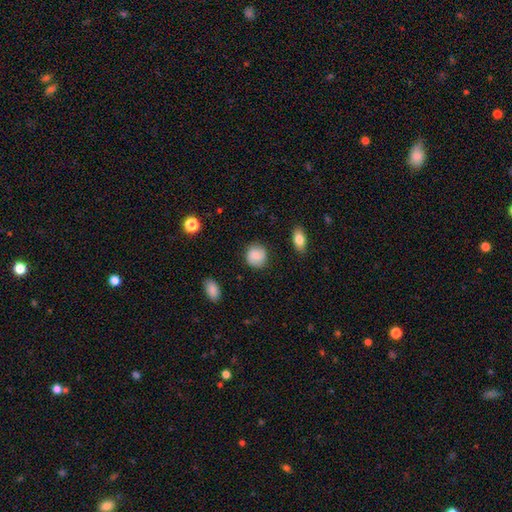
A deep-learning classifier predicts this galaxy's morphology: Q: Smooth or featured?
A: smooth (84%); runner-up: featured or disk (9%)
Q: How rounded?
A: round (86%); runner-up: in between (13%)
Q: Merging?
A: none (85%); runner-up: minor disturbance (11%)